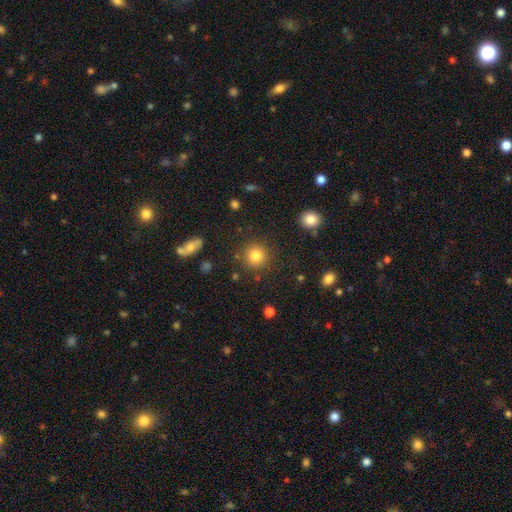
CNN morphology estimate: Smooth or featured? smooth (82%)
How rounded? round (93%)
Merging? none (88%)